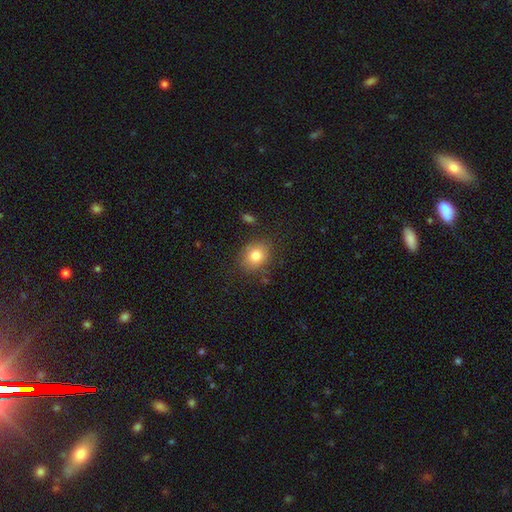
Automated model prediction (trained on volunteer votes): Smooth or featured? smooth (82%)
How rounded? round (54%)
Merging? none (82%)